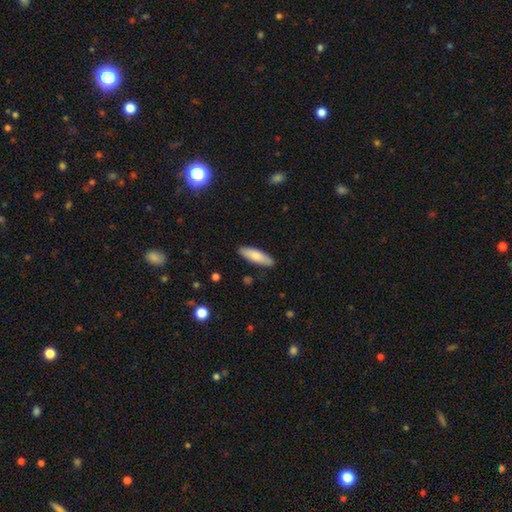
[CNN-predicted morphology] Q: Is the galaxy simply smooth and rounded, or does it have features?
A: smooth — 78%.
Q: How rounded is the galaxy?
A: cigar-shaped — 54%.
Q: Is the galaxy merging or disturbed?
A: none — 88%.